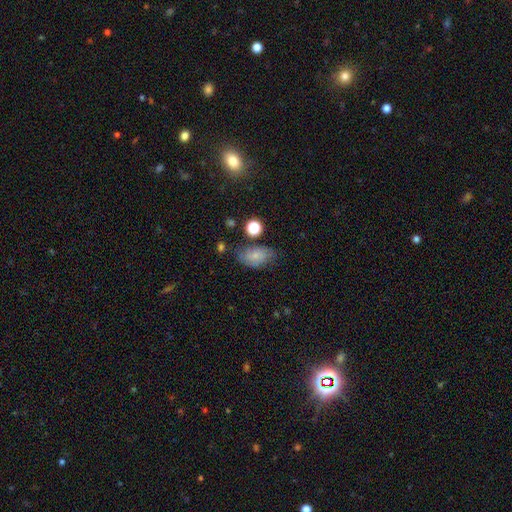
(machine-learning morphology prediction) Smooth or featured? Predicted: smooth (p=0.61). How rounded? Predicted: in between (p=0.87). Merging? Predicted: none (p=0.63).